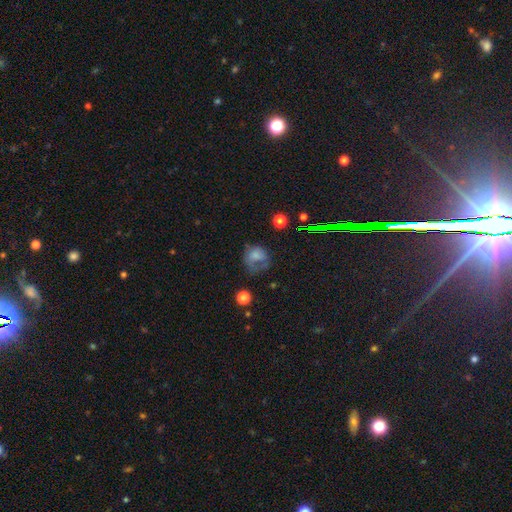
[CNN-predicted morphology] Smooth or featured? smooth (62%)
How rounded? round (61%)
Merging? major disturbance (39%)